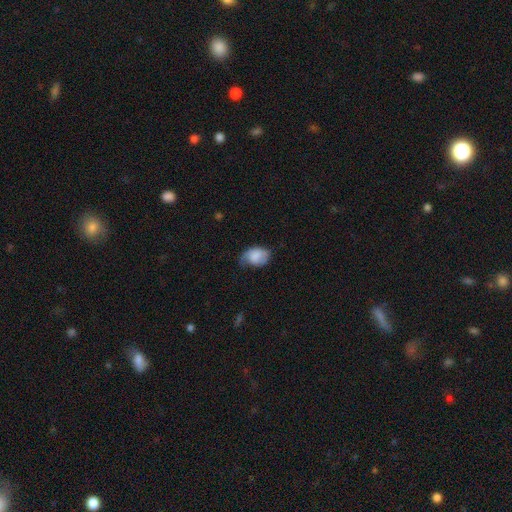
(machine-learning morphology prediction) smooth_or_featured: smooth (p=0.71) [alt: featured or disk p=0.21]
how_rounded: in between (p=0.78) [alt: round p=0.21]
merging: none (p=0.41) [alt: minor disturbance p=0.40]